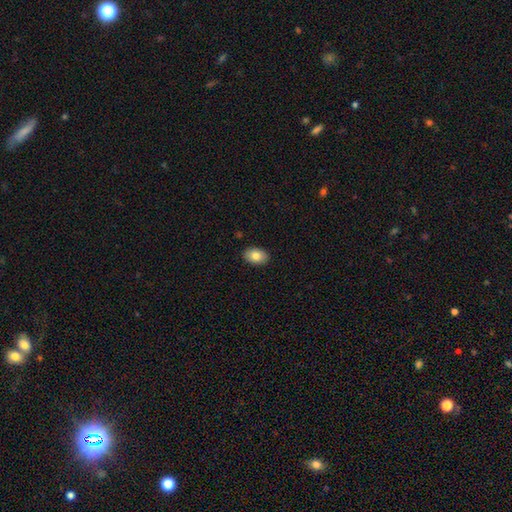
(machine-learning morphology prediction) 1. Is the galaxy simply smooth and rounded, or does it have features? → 82% smooth, 10% featured or disk, 7% star or artifact.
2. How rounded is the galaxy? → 87% in between, 12% round, 1% cigar-shaped.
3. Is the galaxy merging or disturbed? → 90% none, 7% minor disturbance, 2% major disturbance, 1% merger.